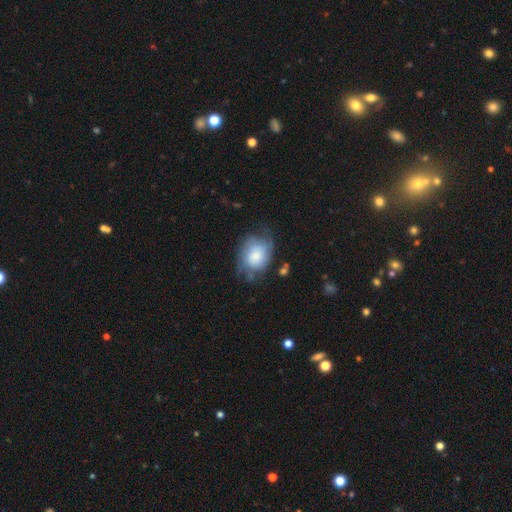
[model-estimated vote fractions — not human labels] A smooth galaxy with no disk features (57%) that is in between round and cigar-shaped (54%).

Vote fractions:
- Smooth or featured? smooth: 57% / featured or disk: 35% / star or artifact: 8%
- How rounded? in between: 54% / round: 45% / cigar-shaped: 1%
- Merging? none: 44% / minor disturbance: 32% / major disturbance: 20% / merger: 3%